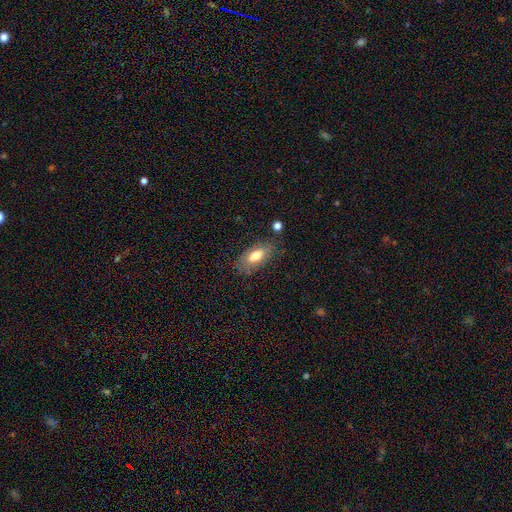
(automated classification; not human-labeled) The model was most divided on "smooth or featured": smooth: 70%, featured or disk: 23%, star or artifact: 8%. More confident: how rounded — in between (85%); merging — none (74%).